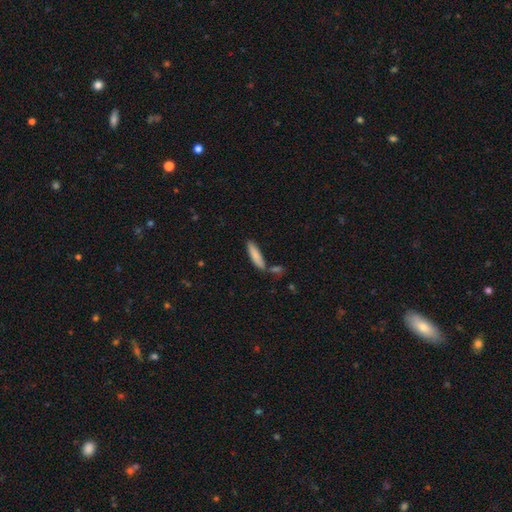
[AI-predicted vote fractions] This is clearly a smooth galaxy (82%). How rounded: likely cigar-shaped (75%). Merging: likely none (68%).